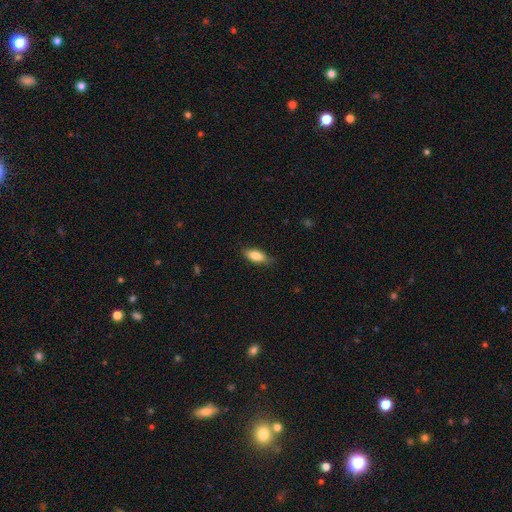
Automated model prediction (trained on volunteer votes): A smooth galaxy with no disk features (82%) that is in between round and cigar-shaped (81%). Merging: none (78%).